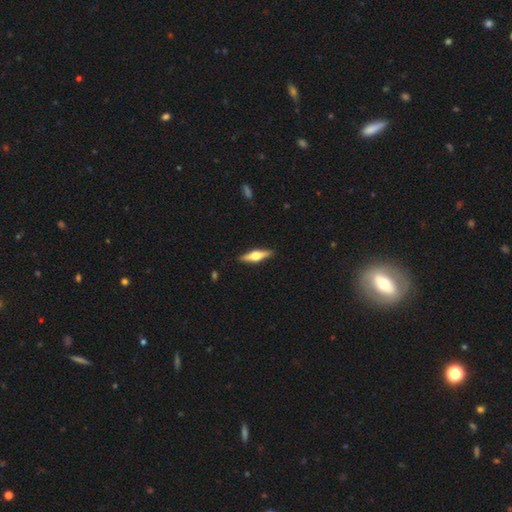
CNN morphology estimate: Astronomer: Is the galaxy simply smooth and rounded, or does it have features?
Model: featured or disk — 61%.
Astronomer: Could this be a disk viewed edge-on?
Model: yes — 96%.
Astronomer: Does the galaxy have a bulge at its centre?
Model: rounded — 94%.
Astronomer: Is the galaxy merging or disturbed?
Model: none — 90%.